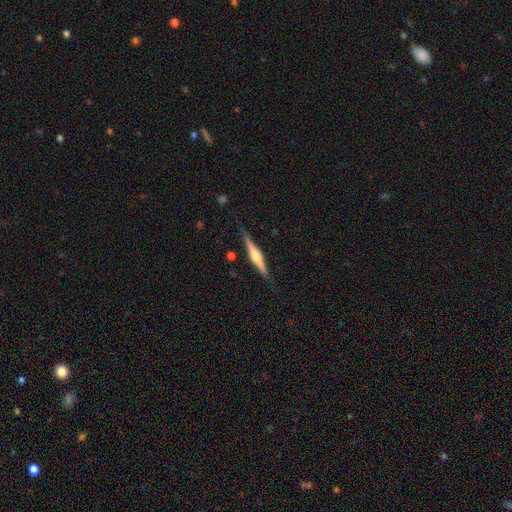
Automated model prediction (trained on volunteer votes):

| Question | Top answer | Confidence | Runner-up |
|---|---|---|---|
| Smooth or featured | featured or disk | 72% | smooth (22%) |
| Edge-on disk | yes | 98% | no (2%) |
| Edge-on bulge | rounded | 84% | boxy (11%) |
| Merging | none | 86% | minor disturbance (11%) |